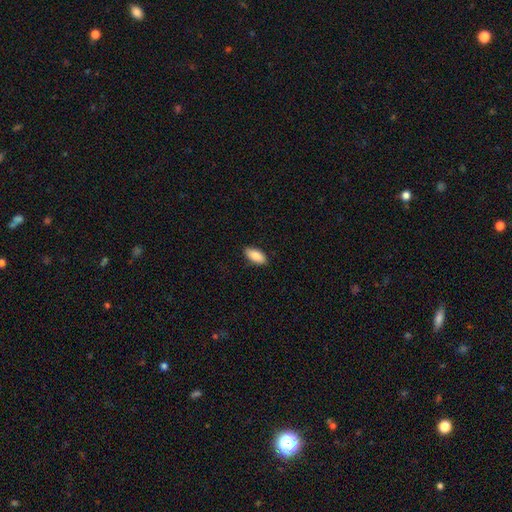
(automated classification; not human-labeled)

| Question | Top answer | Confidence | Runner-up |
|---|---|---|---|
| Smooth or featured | smooth | 87% | featured or disk (7%) |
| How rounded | in between | 90% | cigar-shaped (8%) |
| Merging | none | 87% | minor disturbance (10%) |